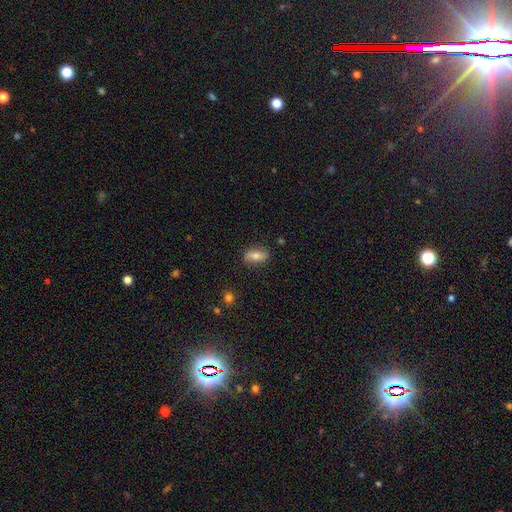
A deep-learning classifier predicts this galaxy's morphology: Smooth or featured: smooth — 72% (featured or disk — 19%)
How rounded: in between — 84% (round — 8%)
Merging: none — 84% (minor disturbance — 12%)